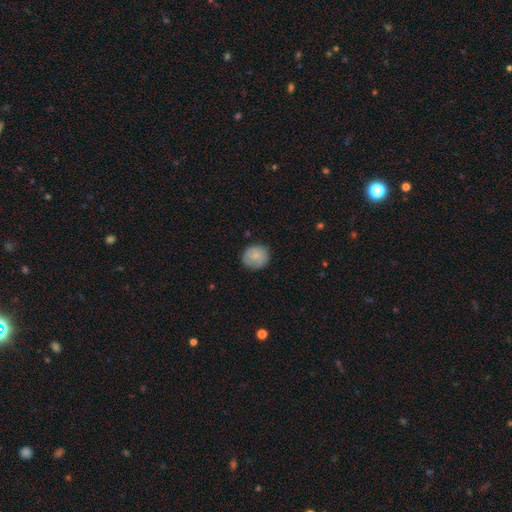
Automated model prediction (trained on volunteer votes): A smooth galaxy with no disk features (75%) that is round (85%). Merging: none (79%).